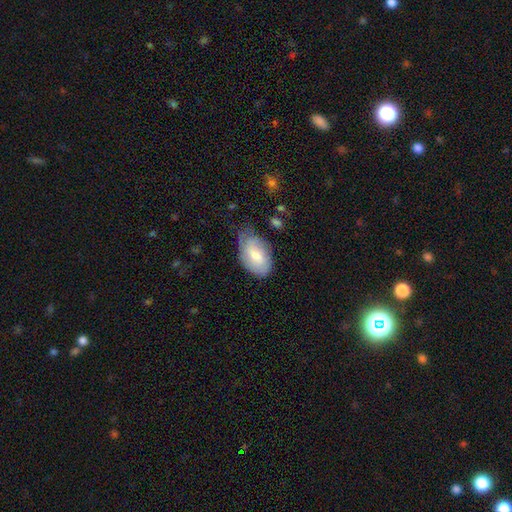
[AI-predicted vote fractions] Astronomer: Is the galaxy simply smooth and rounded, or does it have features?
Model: smooth — 65%.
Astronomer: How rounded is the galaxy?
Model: in between — 92%.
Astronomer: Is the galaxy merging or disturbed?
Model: none — 48% (runner-up: minor disturbance, 39%).